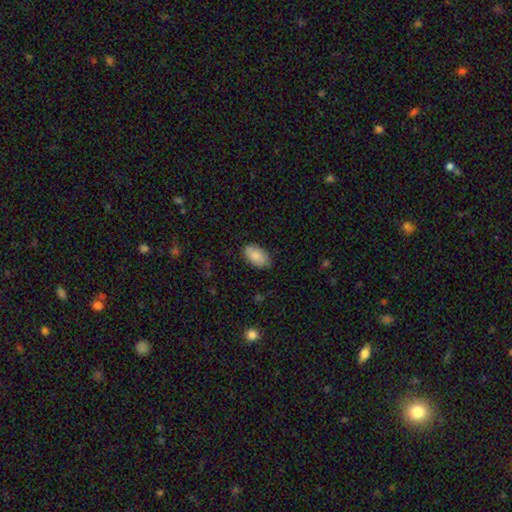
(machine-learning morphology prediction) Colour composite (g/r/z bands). It shows a smooth galaxy with no disk features (82%) that is in between round and cigar-shaped (94%). Merging: none (83%).